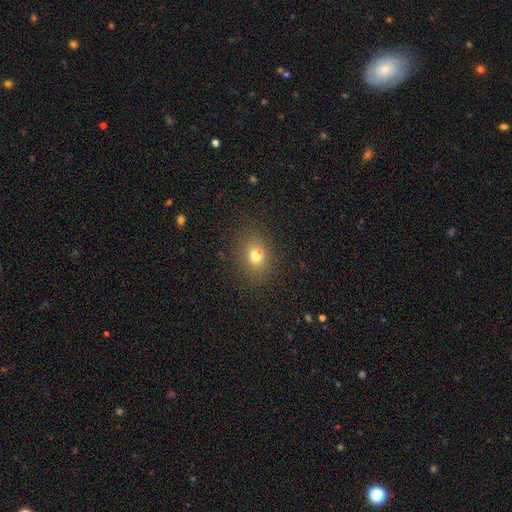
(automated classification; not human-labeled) Smooth or featured? Predicted: smooth (p=0.72). How rounded? Predicted: round (p=0.53). Merging? Predicted: none (p=0.74).